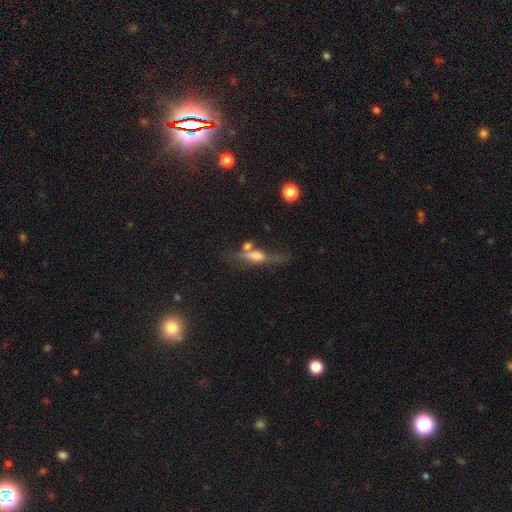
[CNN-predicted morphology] The model was most divided on "smooth or featured": featured or disk: 47%, smooth: 39%, star or artifact: 15%. Remaining: merging — none (41%).